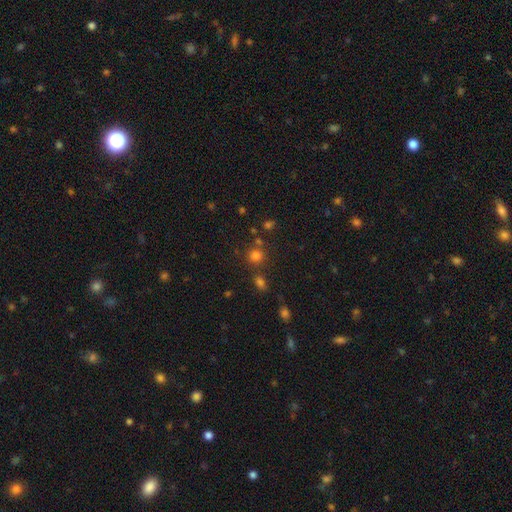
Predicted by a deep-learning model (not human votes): The model was most divided on "smooth or featured": smooth: 74%, star or artifact: 19%, featured or disk: 7%. More confident: how rounded — round (85%); merging — none (71%).